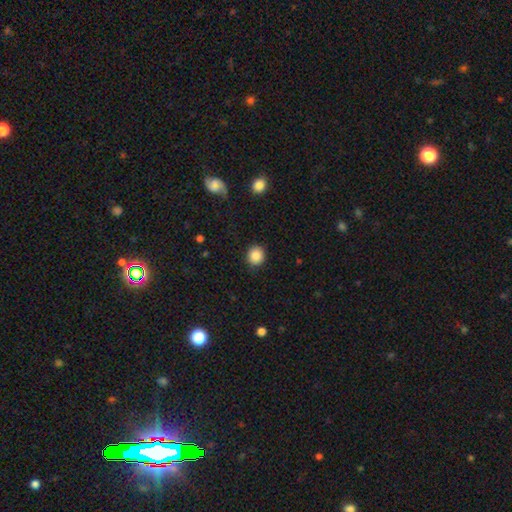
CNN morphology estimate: type=smooth (87%); roundness=round (87%); merging=none (90%).